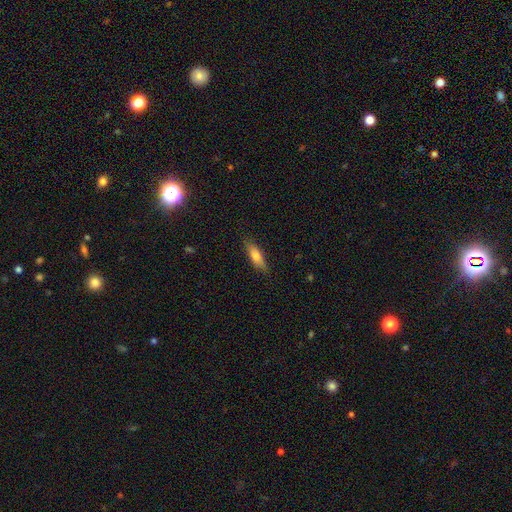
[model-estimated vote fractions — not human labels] smooth 70%, featured or disk 23%, star or artifact 7%. Down the decision tree: how rounded — cigar-shaped (53%); merging — none (84%).